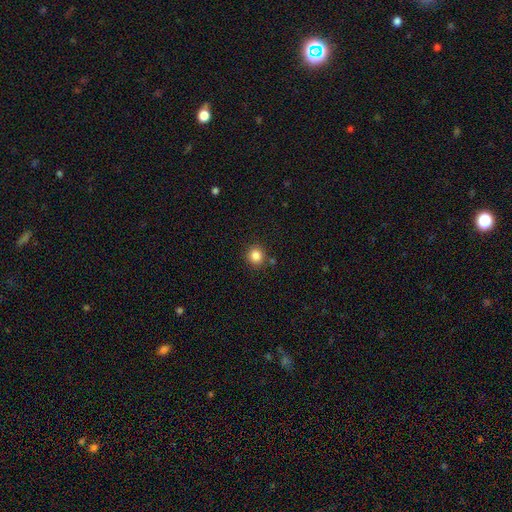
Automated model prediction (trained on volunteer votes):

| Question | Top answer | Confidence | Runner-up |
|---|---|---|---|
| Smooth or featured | smooth | 85% | star or artifact (11%) |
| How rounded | round | 90% | in between (9%) |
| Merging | none | 85% | minor disturbance (8%) |